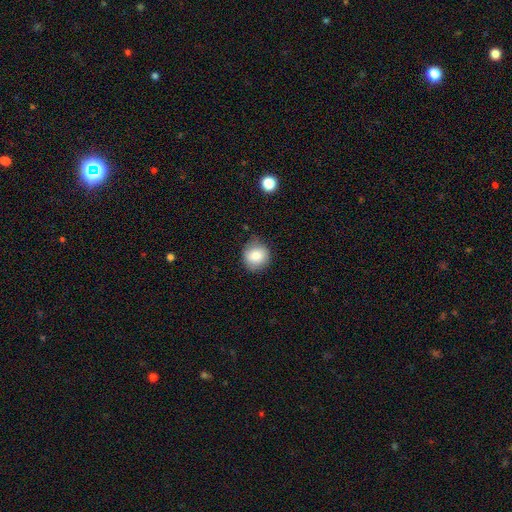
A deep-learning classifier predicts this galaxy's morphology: type=smooth (80%); roundness=round (87%); merging=none (76%).